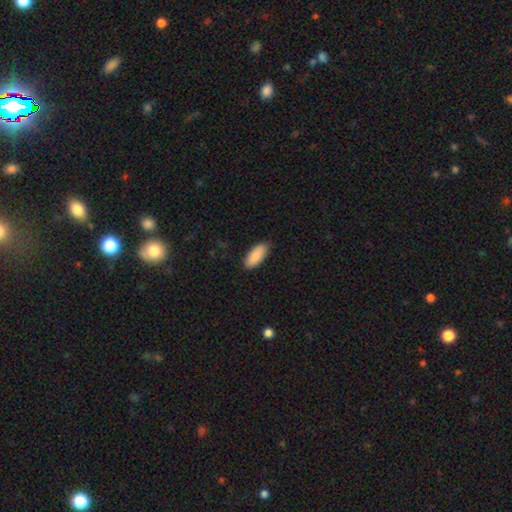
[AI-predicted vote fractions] This appears to be a smooth galaxy with no disk features (89%) that is in between round and cigar-shaped (87%). Merging: none (87%).